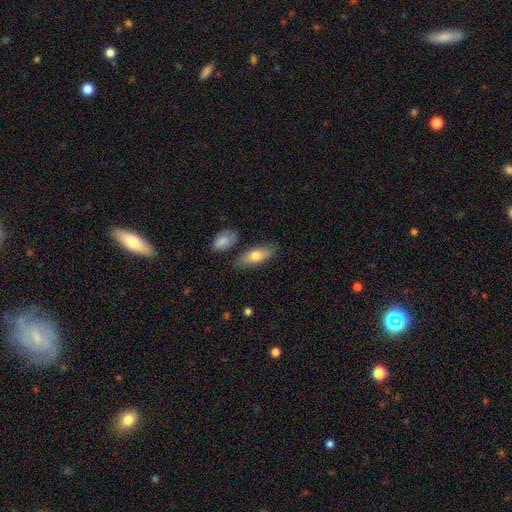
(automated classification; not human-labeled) A smooth galaxy with no disk features (71%) that is in between round and cigar-shaped (78%). Merging: none (79%).